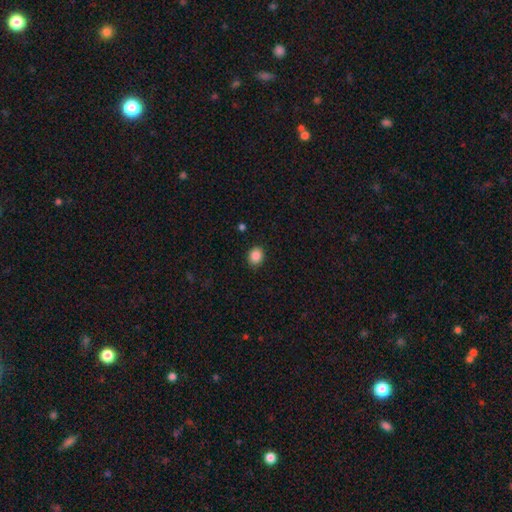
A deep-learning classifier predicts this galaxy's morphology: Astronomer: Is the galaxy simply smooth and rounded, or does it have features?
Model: smooth — 87%.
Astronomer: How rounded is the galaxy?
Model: round — 57% (runner-up: in between, 42%).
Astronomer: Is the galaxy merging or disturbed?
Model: none — 89%.